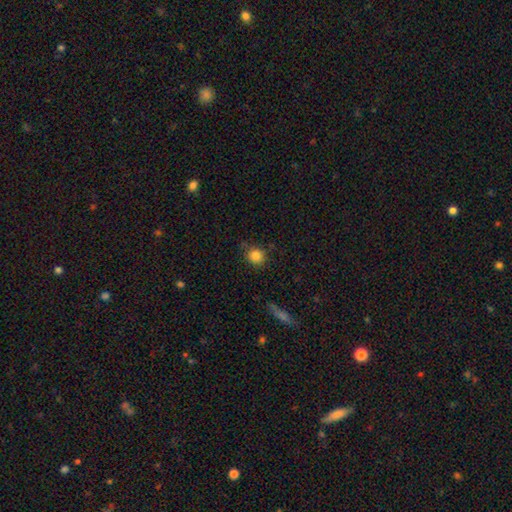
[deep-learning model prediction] Smooth or featured? smooth (84%)
How rounded? round (90%)
Merging? none (83%)